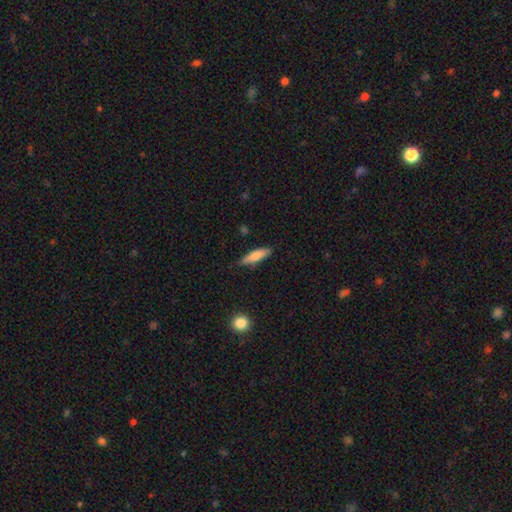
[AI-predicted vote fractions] This appears to be a smooth galaxy with no disk features (75%) that is cigar-shaped (72%). Merging: none (83%).